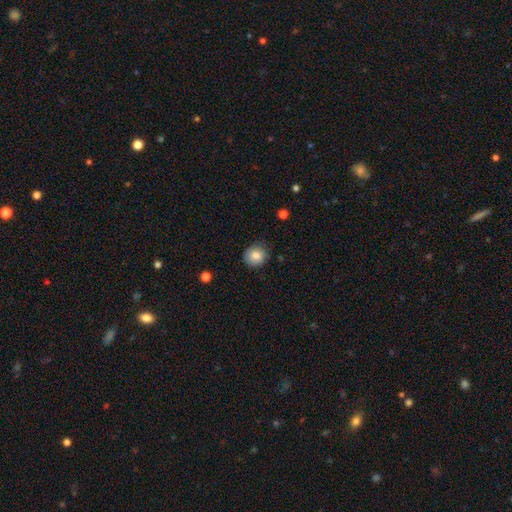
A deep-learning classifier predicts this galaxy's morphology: A smooth galaxy with no disk features (84%) that is round (80%). Merging: none (80%).